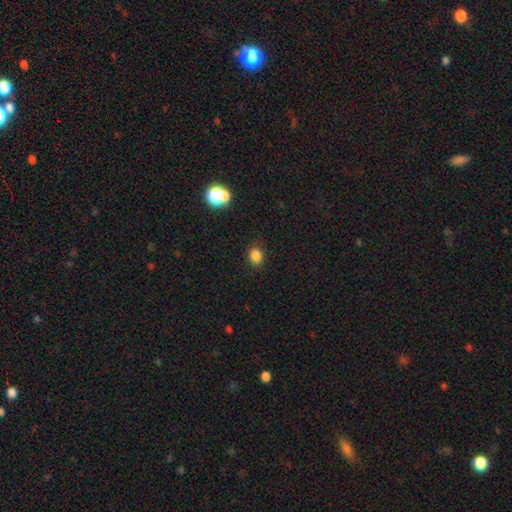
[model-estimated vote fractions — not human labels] smooth-or-featured: smooth: 82% | star or artifact: 13% | featured or disk: 4%
  how-rounded: round: 58% | in between: 41% | cigar-shaped: 1%
  merging: none: 85% | minor disturbance: 10% | major disturbance: 3% | merger: 2%